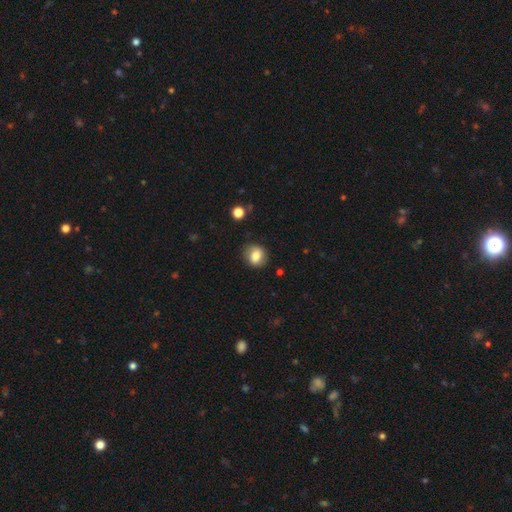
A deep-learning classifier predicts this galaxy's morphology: Smooth or featured: smooth — 76% (featured or disk — 15%)
How rounded: round — 66% (in between — 33%)
Merging: none — 80% (minor disturbance — 14%)